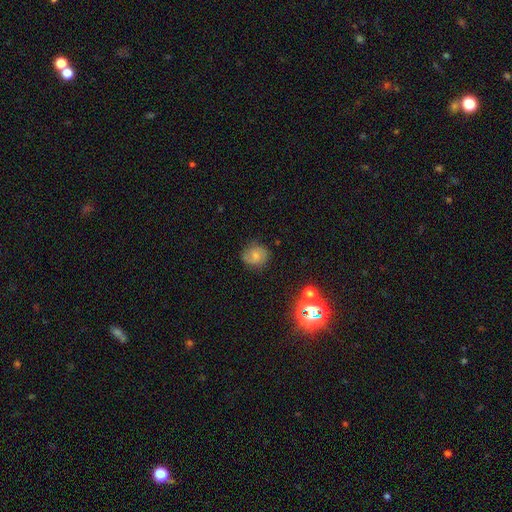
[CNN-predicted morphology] Overall: smooth (56%; featured or disk 30%). How rounded: round (77%). Merging: none (74%).